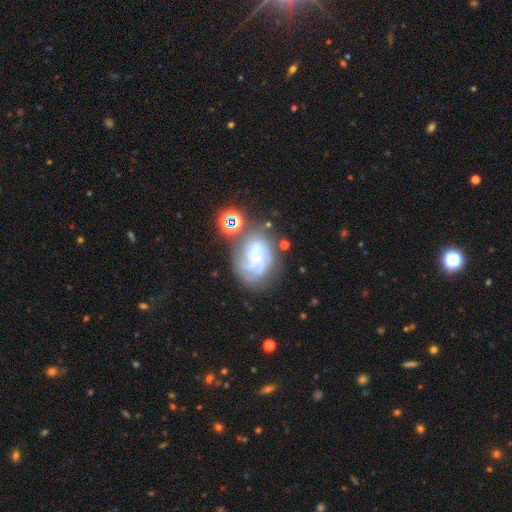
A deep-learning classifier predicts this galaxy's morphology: The model was most divided on "spiral winding": tight: 41%, medium: 39%, loose: 21%. Remaining: edge-on disk — no (97%); spiral arms — yes (85%); smooth or featured — featured or disk (72%); bulge size — small (53%); merging — none (52%); bar — weak (46%); spiral arm count — can't tell (36%).